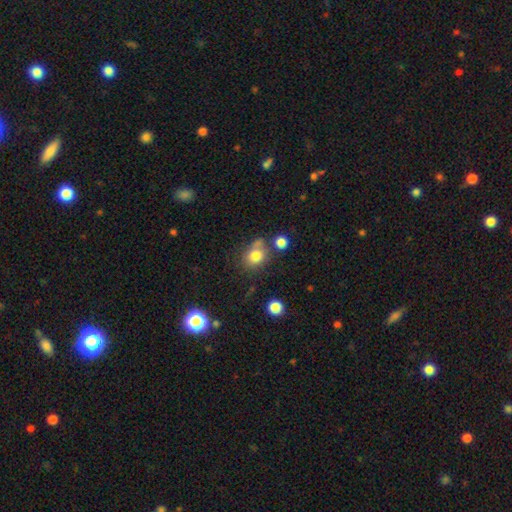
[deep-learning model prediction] Smooth or featured?
  - smooth: 78% *
  - star or artifact: 12%
  - featured or disk: 10%
How rounded?
  - round: 60% *
  - in between: 39%
  - cigar-shaped: 1%
Merging?
  - none: 56% *
  - minor disturbance: 18%
  - merger: 18%
  - major disturbance: 7%